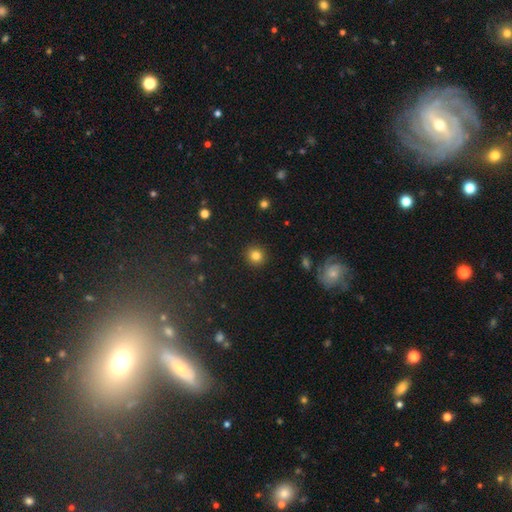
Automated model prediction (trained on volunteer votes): Smooth or featured? Predicted: smooth (p=0.83). How rounded? Predicted: round (p=0.91). Merging? Predicted: none (p=0.92).